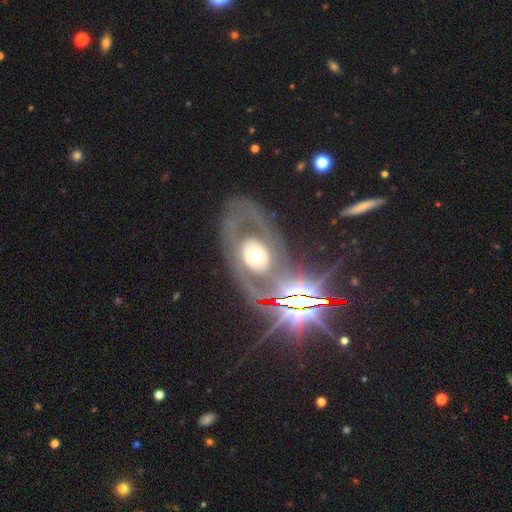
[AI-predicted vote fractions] A featured or disk galaxy (67%) with no bar (79%), no spiral arms (66%) and a moderate central bulge (60%).

Vote fractions:
- Smooth or featured? featured or disk: 67% / smooth: 22% / star or artifact: 12%
- Edge-on disk? no: 91% / yes: 9%
- Bar? no: 79% / weak: 13% / strong: 8%
- Spiral arms? no: 66% / yes: 34%
- Bulge size? moderate: 60% / large: 26% / small: 8% / dominant: 4% / none: 1%
- Merging? none: 65% / major disturbance: 17% / minor disturbance: 13% / merger: 5%